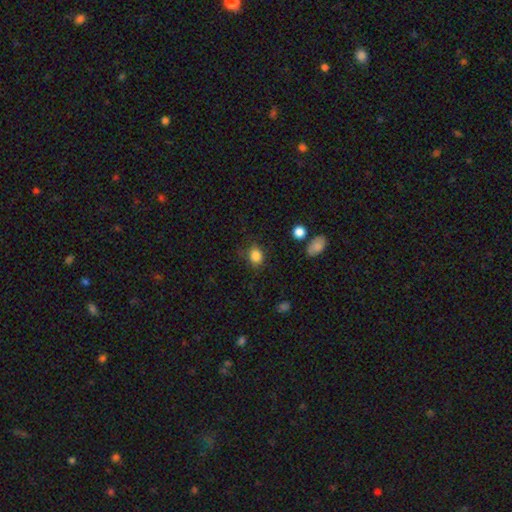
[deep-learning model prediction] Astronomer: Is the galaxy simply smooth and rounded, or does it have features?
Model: smooth — 85%.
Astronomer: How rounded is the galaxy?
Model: round — 54% (runner-up: in between, 45%).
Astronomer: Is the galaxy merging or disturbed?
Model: none — 77%.